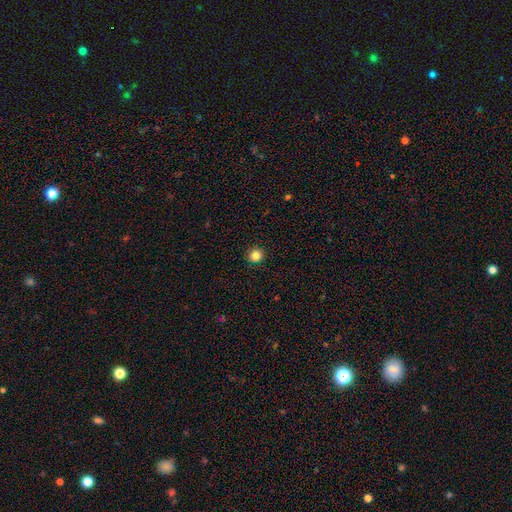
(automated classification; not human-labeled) A smooth galaxy with no disk features (84%) that is round (93%).

Vote fractions:
- Smooth or featured? smooth: 84% / star or artifact: 12% / featured or disk: 4%
- How rounded? round: 93% / in between: 6% / cigar-shaped: 1%
- Merging? none: 93% / minor disturbance: 5% / major disturbance: 2% / merger: 1%